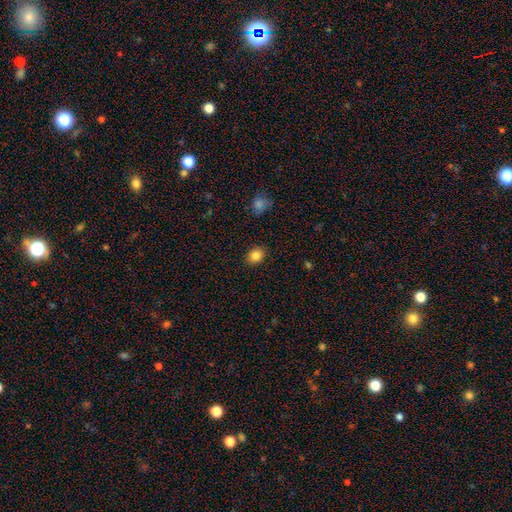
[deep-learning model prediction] Smooth or featured? smooth (84%)
How rounded? round (60%)
Merging? none (89%)